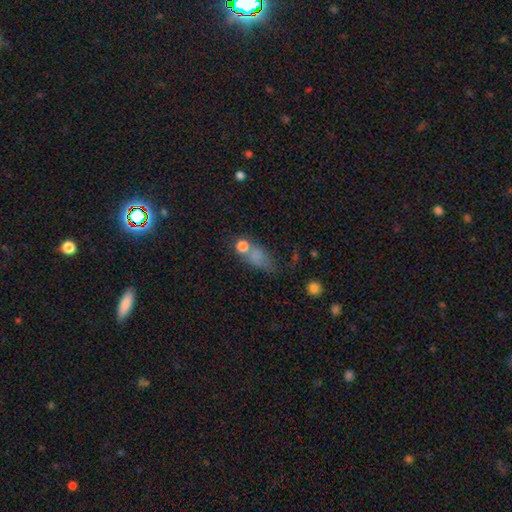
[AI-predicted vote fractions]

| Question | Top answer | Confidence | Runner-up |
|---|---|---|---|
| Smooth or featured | smooth | 67% | star or artifact (19%) |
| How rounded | in between | 62% | round (27%) |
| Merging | none | 39% | minor disturbance (22%) |